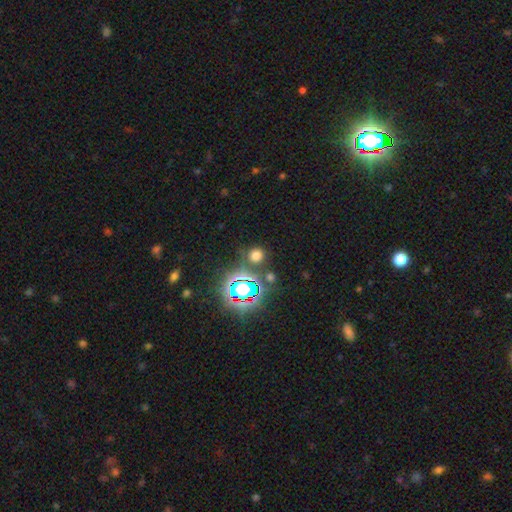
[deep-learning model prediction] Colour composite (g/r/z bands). It shows a smooth galaxy with no disk features (61%) that is round (87%). Merging: none (81%).